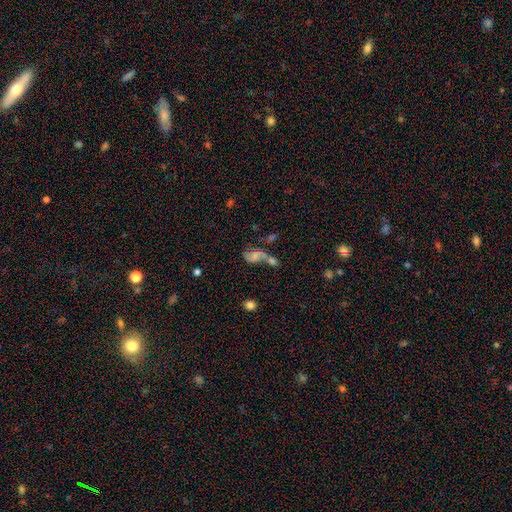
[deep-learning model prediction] featured or disk 51%, smooth 36%, star or artifact 13%. Down the decision tree: edge-on disk — no (96%); merging — merger (51%).